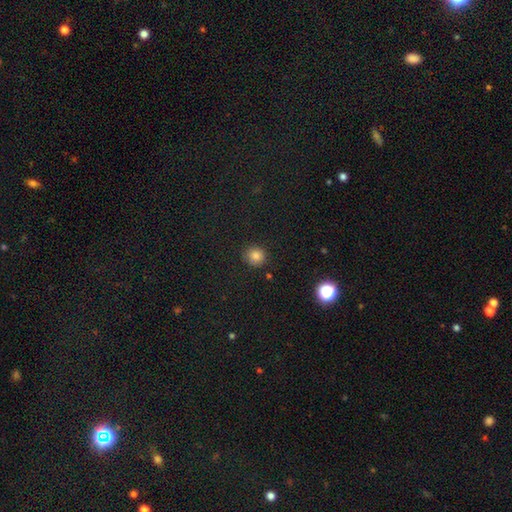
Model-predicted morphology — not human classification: A smooth galaxy with no disk features (81%) that is round (85%).

Vote fractions:
- Smooth or featured? smooth: 81% / star or artifact: 13% / featured or disk: 6%
- How rounded? round: 85% / in between: 14% / cigar-shaped: 1%
- Merging? none: 85% / minor disturbance: 10% / major disturbance: 3% / merger: 2%